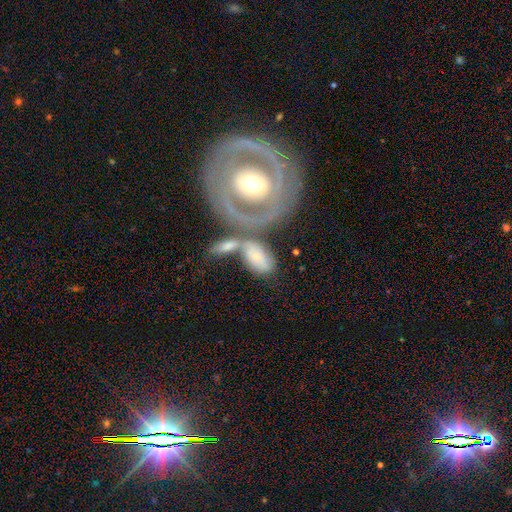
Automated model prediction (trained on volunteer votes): Overall: featured or disk (51%; smooth 42%). Edge-on disk: no (91%). Merging: merger (40%; none 34%).